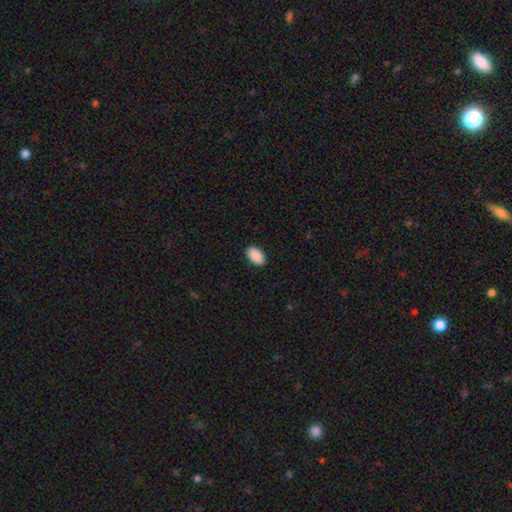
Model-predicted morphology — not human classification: type=smooth (91%); roundness=in between (94%); merging=none (90%).